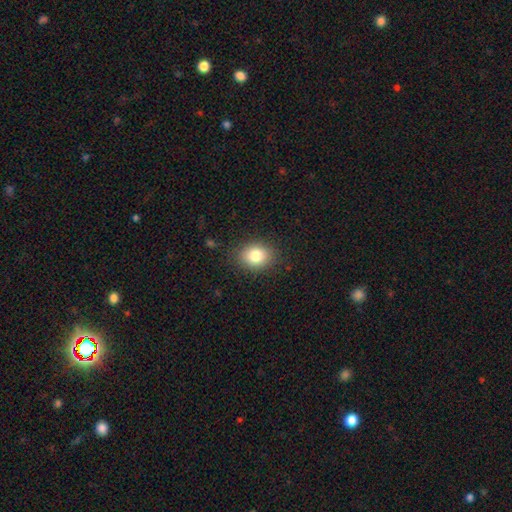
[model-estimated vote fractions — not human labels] A smooth galaxy with no disk features (82%) that is in between round and cigar-shaped (50%). Merging: none (86%).